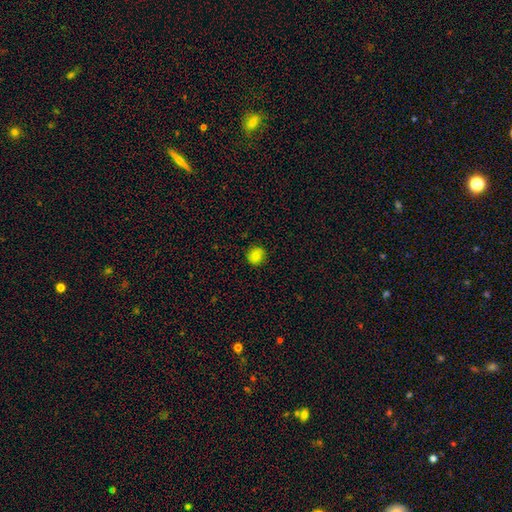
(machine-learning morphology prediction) The model was most divided on "how rounded": round: 84%, in between: 15%, cigar-shaped: 1%. More confident: merging — none (88%); smooth or featured — smooth (85%).